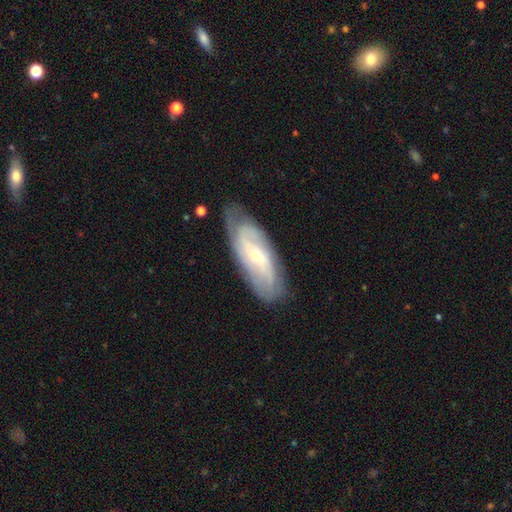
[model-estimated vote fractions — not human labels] Smooth or featured?
  - featured or disk: 78% *
  - smooth: 16%
  - star or artifact: 6%
Edge-on disk?
  - no: 88% *
  - yes: 12%
Bar?
  - weak: 44% *
  - no: 38%
  - strong: 18%
Spiral arms?
  - yes: 90% *
  - no: 10%
Spiral winding?
  - tight: 46% *
  - medium: 36%
  - loose: 18%
Spiral arm count?
  - 2: 43% *
  - can't tell: 35%
  - 3: 10%
  - 4: 5%
  - 1: 3%
  - more than 4: 3%
Bulge size?
  - small: 63% *
  - moderate: 34%
  - large: 1%
  - none: 1%
  - dominant: 1%
Merging?
  - none: 76% *
  - minor disturbance: 18%
  - major disturbance: 4%
  - merger: 1%